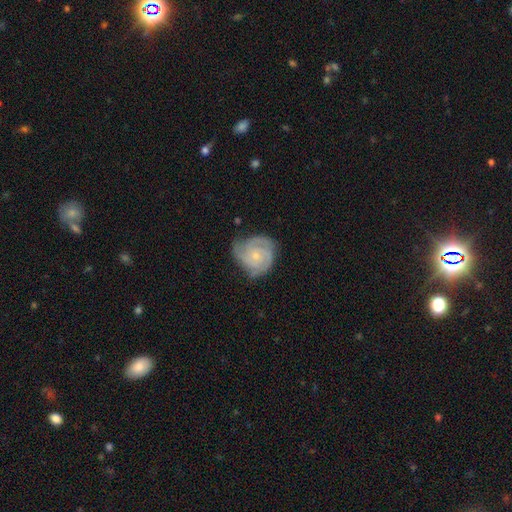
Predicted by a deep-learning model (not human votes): Morphology: type=featured or disk (82%); edge-on=no (98%); bar=no (77%); spiral arms=yes (97%); winding=tight (65%); arm count=3 (53%); bulge=small (72%); merging=none (67%).